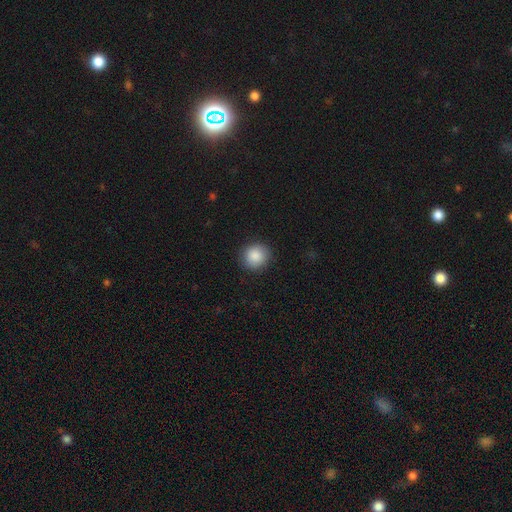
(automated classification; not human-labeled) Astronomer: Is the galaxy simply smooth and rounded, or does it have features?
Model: smooth — 88%.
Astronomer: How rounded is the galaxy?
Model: round — 89%.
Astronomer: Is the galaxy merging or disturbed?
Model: none — 89%.